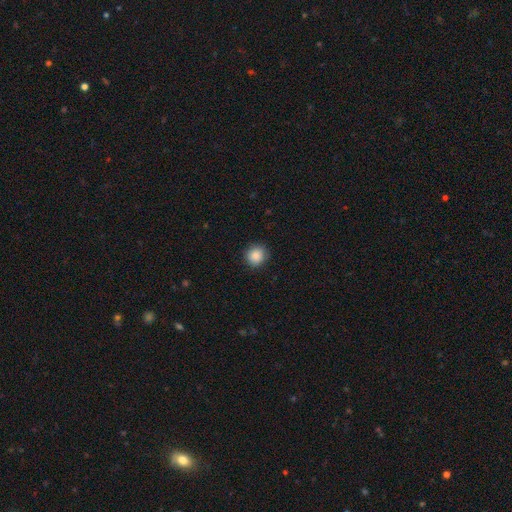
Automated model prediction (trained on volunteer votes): This is clearly a smooth galaxy (87%). How rounded: clearly round (90%). Merging: clearly none (87%).